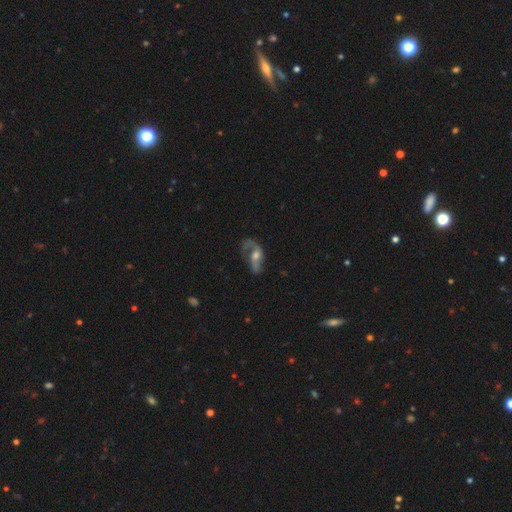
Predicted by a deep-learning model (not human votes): Morphology: type=featured or disk (78%); edge-on=no (93%); bar=no (54%); spiral arms=yes (90%); winding=loose (62%); arm count=2 (73%); bulge=moderate (60%); merging=none (50%).